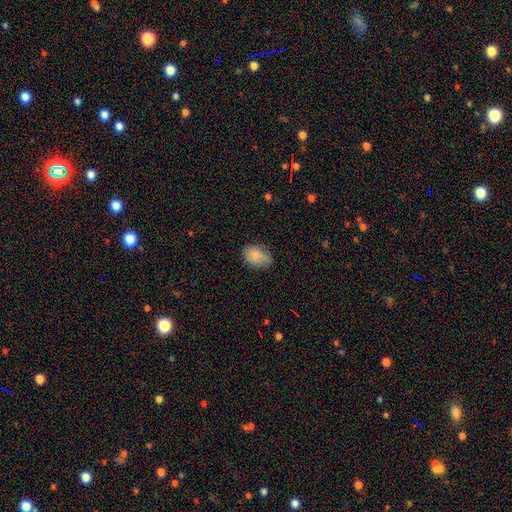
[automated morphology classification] smooth-or-featured: smooth: 81% | featured or disk: 12% | star or artifact: 7%
  how-rounded: in between: 78% | round: 20% | cigar-shaped: 1%
  merging: none: 71% | minor disturbance: 23% | major disturbance: 5% | merger: 1%